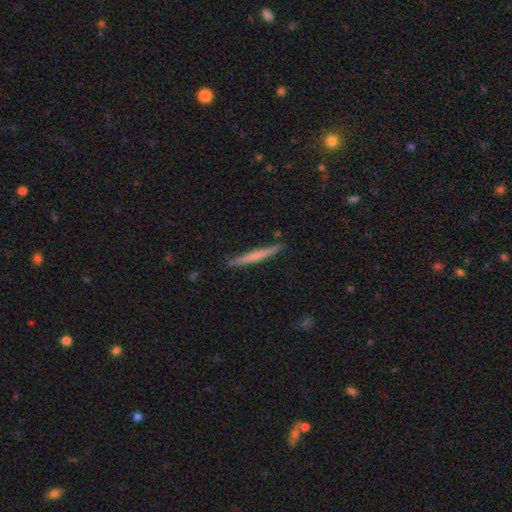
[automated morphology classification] Q: Smooth or featured?
A: smooth (56%); runner-up: featured or disk (39%)
Q: How rounded?
A: cigar-shaped (97%); runner-up: in between (2%)
Q: Merging?
A: none (90%); runner-up: minor disturbance (7%)